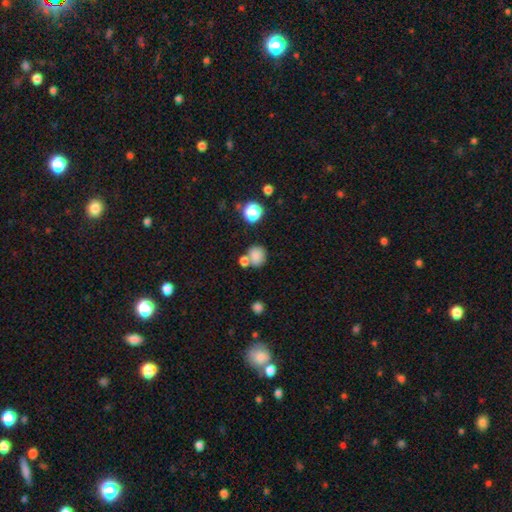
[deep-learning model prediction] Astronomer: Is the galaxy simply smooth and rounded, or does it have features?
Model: smooth — 81%.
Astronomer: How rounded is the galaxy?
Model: round — 79%.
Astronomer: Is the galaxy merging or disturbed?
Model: none — 55%.